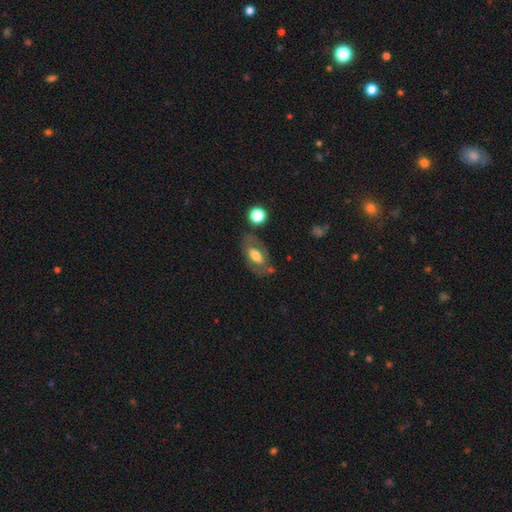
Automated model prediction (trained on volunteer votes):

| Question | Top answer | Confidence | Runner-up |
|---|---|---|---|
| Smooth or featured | featured or disk | 48% | smooth (45%) |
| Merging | none | 68% | minor disturbance (18%) |